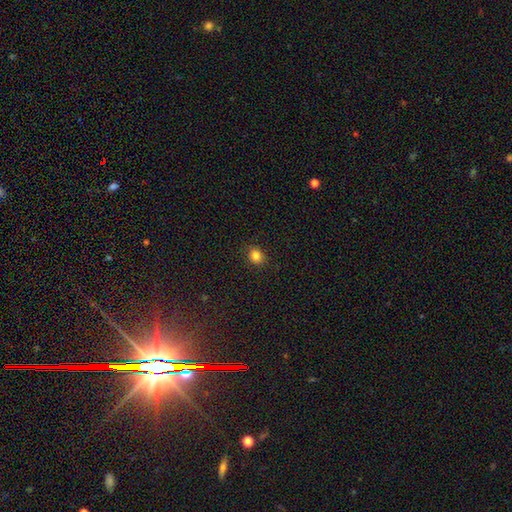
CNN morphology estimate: smooth_or_featured: smooth (p=0.83) [alt: star or artifact p=0.12]
how_rounded: round (p=0.69) [alt: in between p=0.30]
merging: none (p=0.89) [alt: minor disturbance p=0.08]